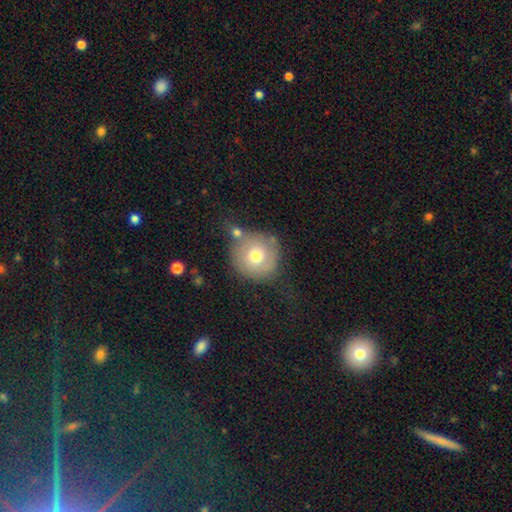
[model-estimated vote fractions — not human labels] Smooth or featured?
  - smooth: 68% *
  - featured or disk: 23%
  - star or artifact: 9%
How rounded?
  - round: 93% *
  - in between: 6%
  - cigar-shaped: 1%
Merging?
  - none: 60% *
  - merger: 17%
  - minor disturbance: 16%
  - major disturbance: 7%